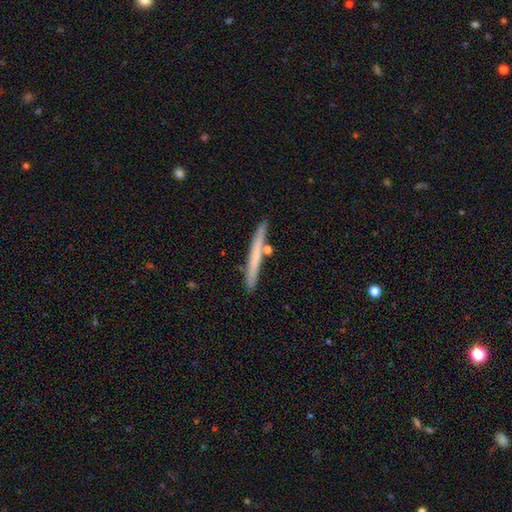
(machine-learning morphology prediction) Smooth or featured: smooth — 56% (featured or disk — 38%)
How rounded: cigar-shaped — 97% (in between — 2%)
Merging: none — 85% (minor disturbance — 8%)